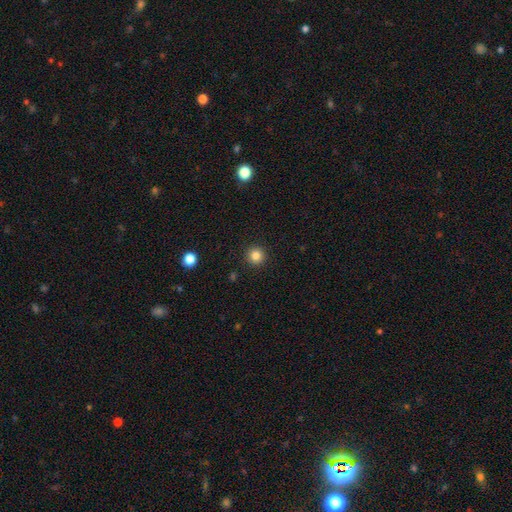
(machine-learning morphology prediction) This appears to be a smooth galaxy with no disk features (83%) that is round (95%). Merging: none (93%).